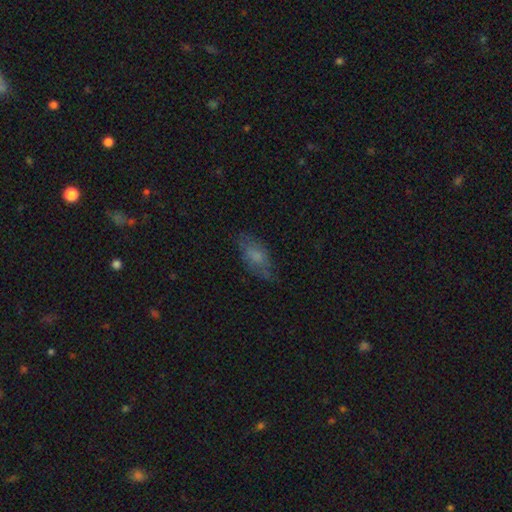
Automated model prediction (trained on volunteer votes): smooth-or-featured: smooth: 62% | featured or disk: 28% | star or artifact: 9%
  how-rounded: in between: 83% | cigar-shaped: 14% | round: 4%
  merging: none: 68% | minor disturbance: 22% | major disturbance: 8% | merger: 1%